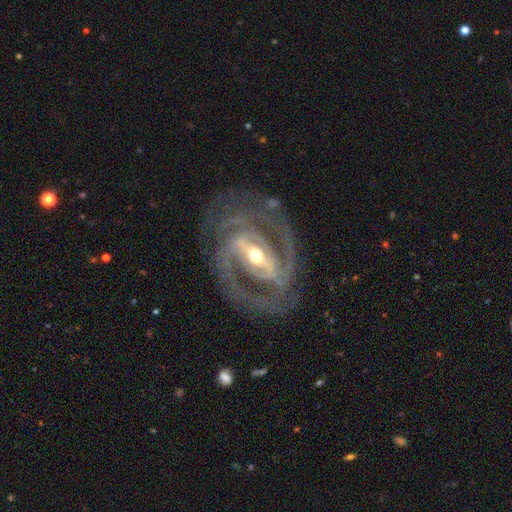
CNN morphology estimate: Smooth or featured? featured or disk (92%)
Edge-on disk? no (96%)
Bar? strong (69%)
Spiral arms? yes (95%)
Spiral winding? tight (45%)
Spiral arm count? 2 (71%)
Bulge size? moderate (65%)
Merging? none (72%)